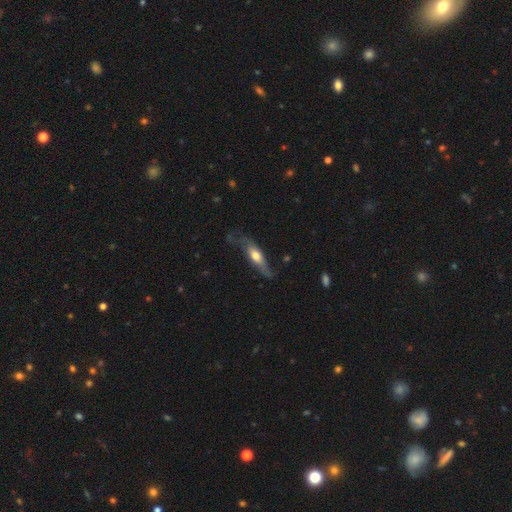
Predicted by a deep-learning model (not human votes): smooth_or_featured: featured or disk (p=0.54) [alt: smooth p=0.40]
disk_edge_on: yes (p=0.57) [alt: no p=0.43]
merging: none (p=0.48) [alt: minor disturbance p=0.28]